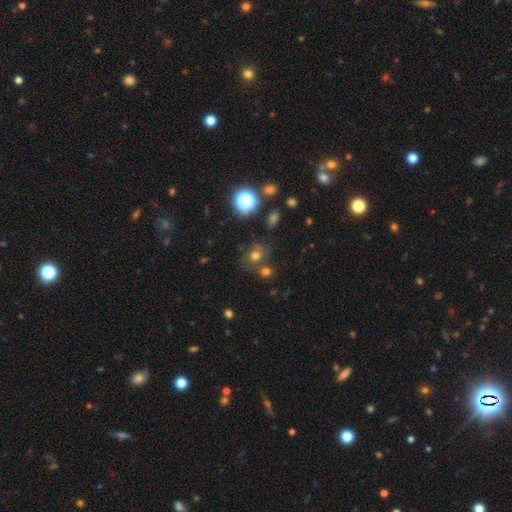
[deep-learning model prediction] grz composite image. It shows a smooth galaxy with no disk features (59%) that is round (72%). Merging: none (61%).